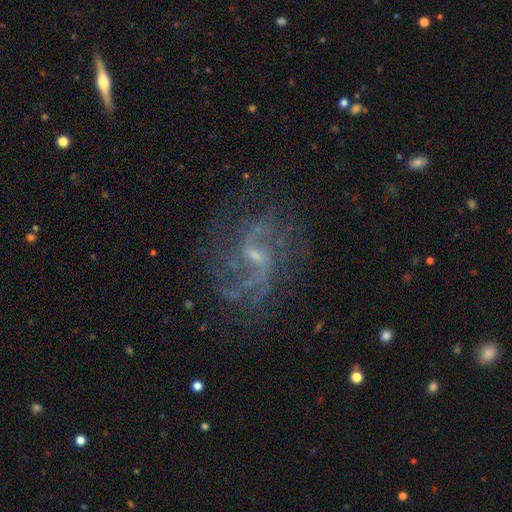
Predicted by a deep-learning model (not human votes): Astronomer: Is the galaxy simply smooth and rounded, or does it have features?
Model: featured or disk — 83%.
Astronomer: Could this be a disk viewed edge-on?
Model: no — 97%.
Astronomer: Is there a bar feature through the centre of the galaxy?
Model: weak — 55%.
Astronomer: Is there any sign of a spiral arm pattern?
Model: yes — 93%.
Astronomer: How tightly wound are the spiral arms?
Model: loose — 53% (runner-up: medium, 36%).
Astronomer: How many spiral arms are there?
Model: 2 — 59%.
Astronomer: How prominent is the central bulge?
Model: small — 65%.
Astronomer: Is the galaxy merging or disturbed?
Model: none — 71%.